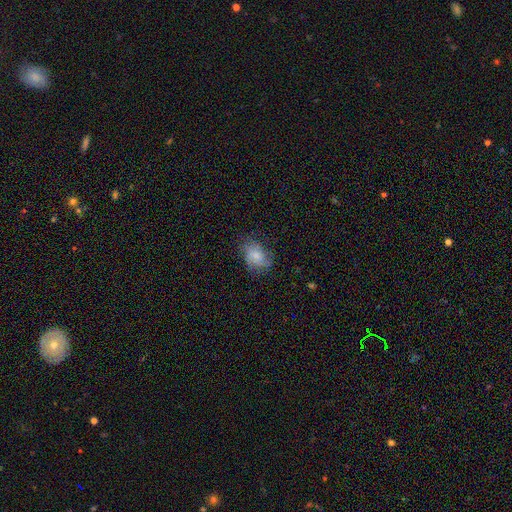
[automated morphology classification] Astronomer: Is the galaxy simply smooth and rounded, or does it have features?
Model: smooth — 57% (runner-up: featured or disk, 34%).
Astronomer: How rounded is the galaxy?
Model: in between — 73%.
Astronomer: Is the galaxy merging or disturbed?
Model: none — 62%.